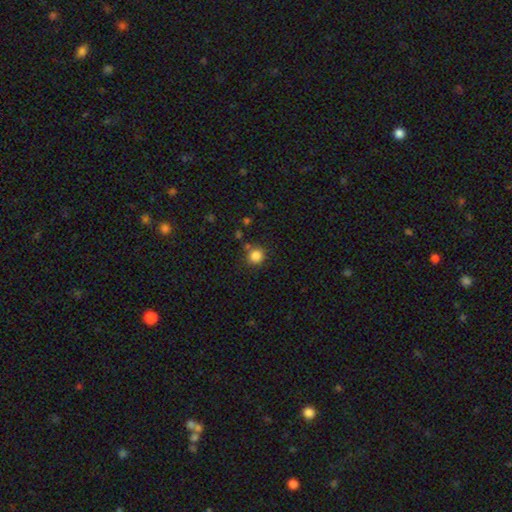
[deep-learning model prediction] The model was most divided on "merging": none: 79%, minor disturbance: 11%, merger: 7%, major disturbance: 3%. More confident: how rounded — round (92%); smooth or featured — smooth (84%).